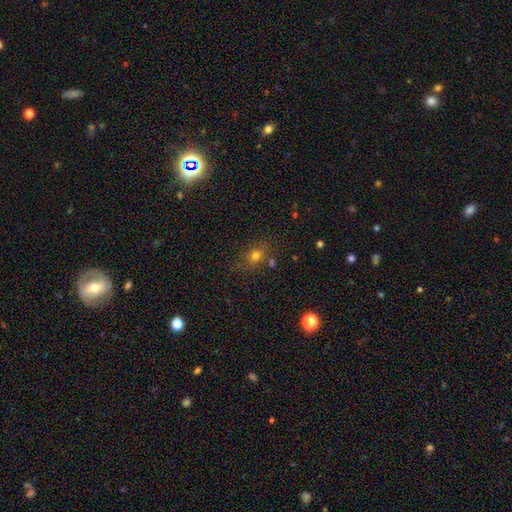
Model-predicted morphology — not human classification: Smooth or featured: smooth — 71% (star or artifact — 17%)
How rounded: round — 49% (in between — 47%)
Merging: none — 67% (minor disturbance — 19%)